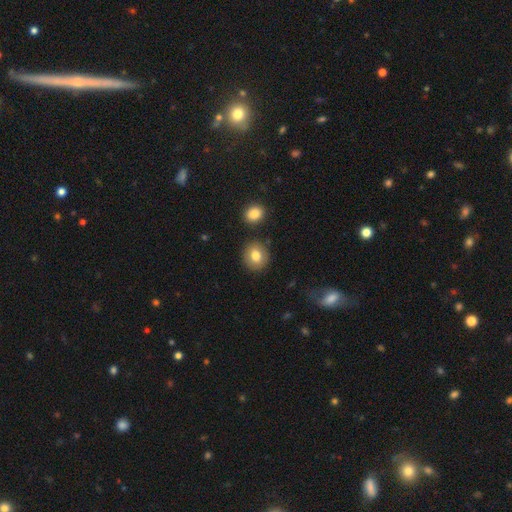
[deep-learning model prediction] This is likely a smooth galaxy (80%). How rounded: clearly round (82%). Merging: clearly none (85%).